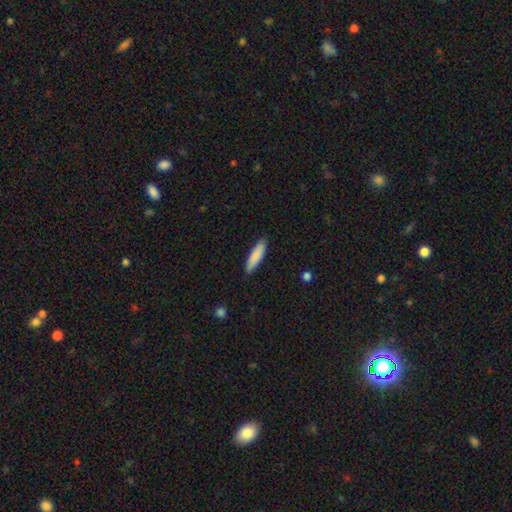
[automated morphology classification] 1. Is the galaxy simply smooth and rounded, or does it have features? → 85% smooth, 10% featured or disk, 6% star or artifact.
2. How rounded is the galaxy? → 73% cigar-shaped, 26% in between, 1% round.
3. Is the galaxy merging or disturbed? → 87% none, 10% minor disturbance, 2% major disturbance, 1% merger.